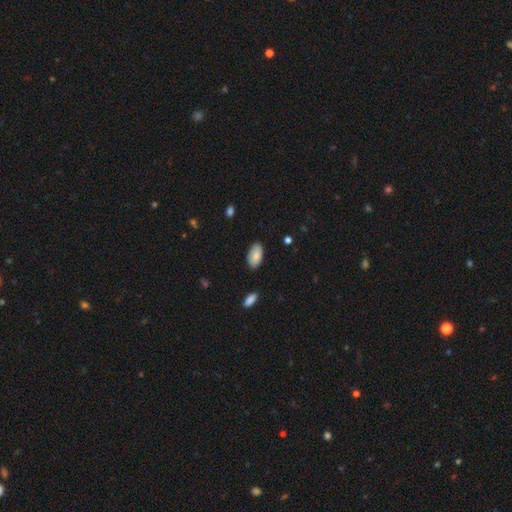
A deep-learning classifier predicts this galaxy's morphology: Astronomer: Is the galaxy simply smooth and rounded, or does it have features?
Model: smooth — 82%.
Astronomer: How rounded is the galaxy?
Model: in between — 95%.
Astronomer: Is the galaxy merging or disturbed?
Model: none — 83%.